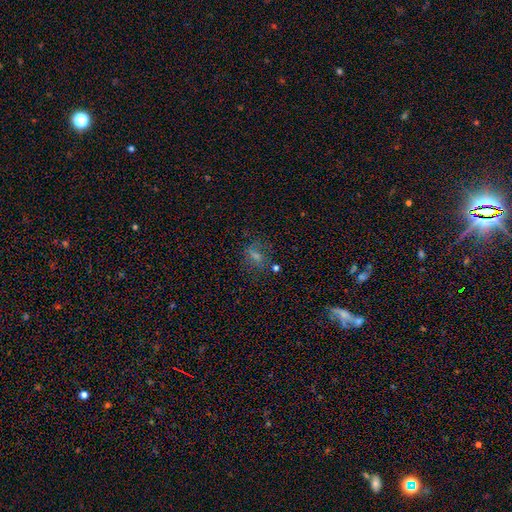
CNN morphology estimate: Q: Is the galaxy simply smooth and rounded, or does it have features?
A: smooth — 43%.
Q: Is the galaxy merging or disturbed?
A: none — 64%.